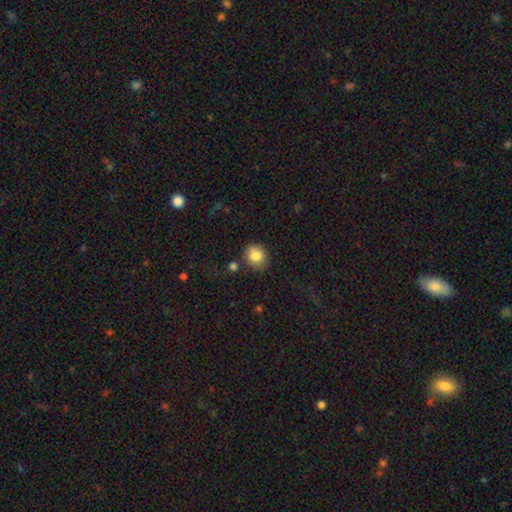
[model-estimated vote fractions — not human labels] Smooth or featured: smooth — 83% (star or artifact — 10%)
How rounded: round — 76% (in between — 23%)
Merging: none — 76% (minor disturbance — 15%)